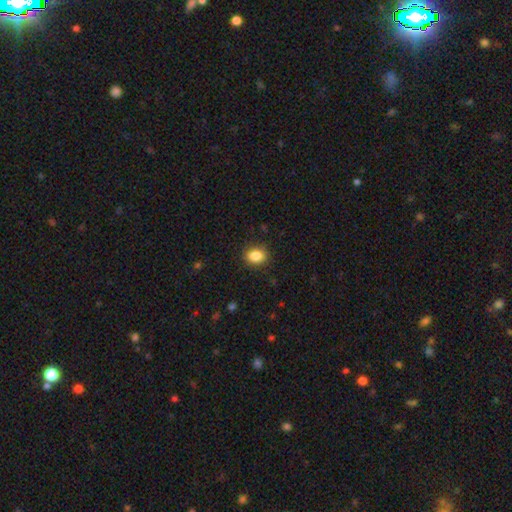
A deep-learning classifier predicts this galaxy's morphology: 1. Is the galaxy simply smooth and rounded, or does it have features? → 86% smooth, 9% star or artifact, 5% featured or disk.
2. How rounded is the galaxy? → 58% in between, 41% round, 1% cigar-shaped.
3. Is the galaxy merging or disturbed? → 87% none, 9% minor disturbance, 3% major disturbance, 1% merger.